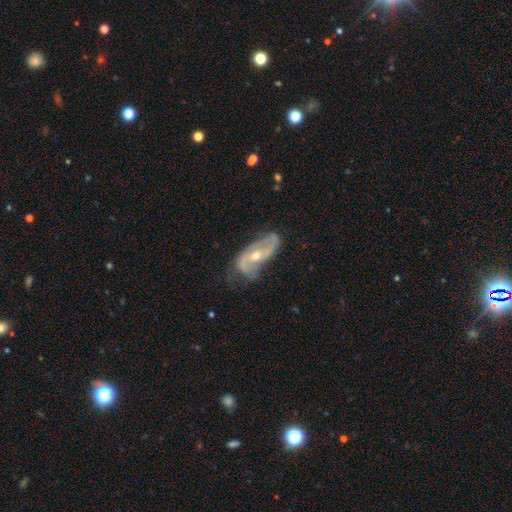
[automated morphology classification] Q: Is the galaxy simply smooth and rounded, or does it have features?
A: featured or disk — 82%.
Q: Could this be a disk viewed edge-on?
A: no — 92%.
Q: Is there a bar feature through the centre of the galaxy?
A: no — 43%.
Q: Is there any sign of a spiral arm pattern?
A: yes — 90%.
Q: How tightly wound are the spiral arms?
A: loose — 42%.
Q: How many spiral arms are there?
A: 2 — 82%.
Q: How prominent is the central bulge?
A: moderate — 59%.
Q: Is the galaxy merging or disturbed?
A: none — 57%.